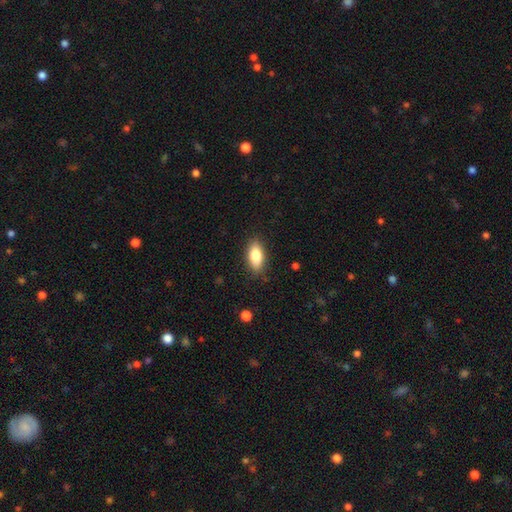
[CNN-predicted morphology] A smooth galaxy with no disk features (78%) that is in between round and cigar-shaped (83%).

Vote fractions:
- Smooth or featured? smooth: 78% / featured or disk: 15% / star or artifact: 7%
- How rounded? in between: 83% / cigar-shaped: 13% / round: 4%
- Merging? none: 86% / minor disturbance: 11% / major disturbance: 2% / merger: 1%